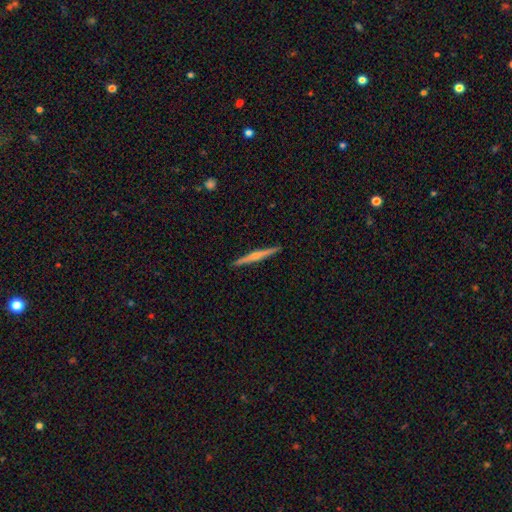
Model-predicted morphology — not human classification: The model was most divided on "smooth or featured": featured or disk: 67%, smooth: 28%, star or artifact: 6%. More confident: edge-on disk — yes (98%); merging — none (92%); edge-on bulge — rounded (76%).